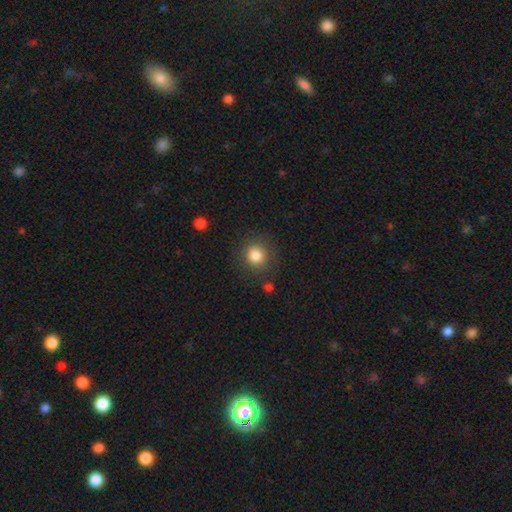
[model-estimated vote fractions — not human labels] This is clearly a smooth galaxy (84%). How rounded: clearly round (88%). Merging: clearly none (84%).